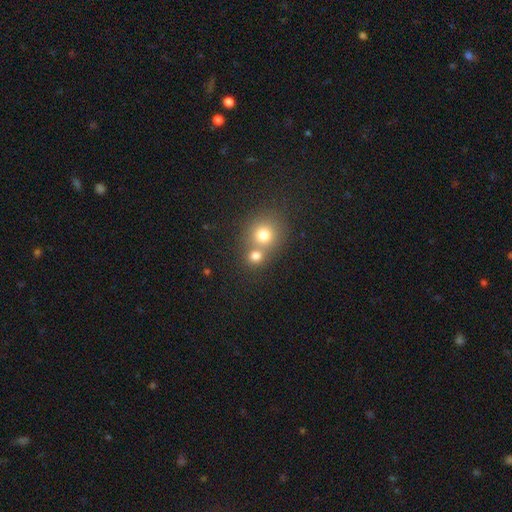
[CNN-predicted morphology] The model was most divided on "merging": none: 47%, merger: 44%, minor disturbance: 6%, major disturbance: 3%. More confident: how rounded — round (84%); smooth or featured — smooth (76%).